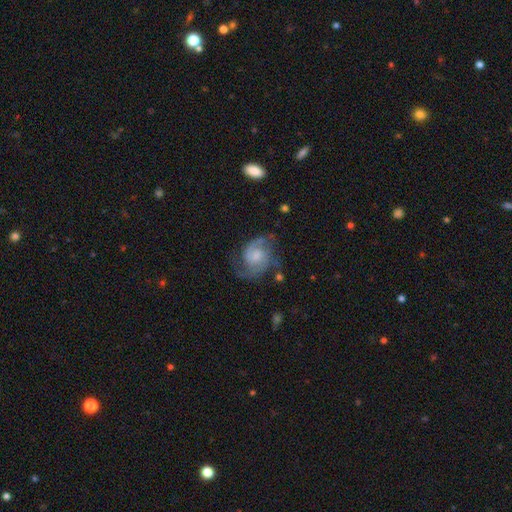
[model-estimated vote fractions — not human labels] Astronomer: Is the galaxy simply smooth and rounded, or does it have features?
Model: featured or disk — 82%.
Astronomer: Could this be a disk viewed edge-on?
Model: no — 98%.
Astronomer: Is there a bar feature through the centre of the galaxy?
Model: no — 59% (runner-up: weak, 36%).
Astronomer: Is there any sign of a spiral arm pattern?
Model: yes — 96%.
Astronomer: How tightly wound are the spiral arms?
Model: medium — 52% (runner-up: tight, 29%).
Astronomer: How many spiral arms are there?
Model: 2 — 81%.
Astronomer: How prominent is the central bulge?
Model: small — 43% (runner-up: moderate, 33%).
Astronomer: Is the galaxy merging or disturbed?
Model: none — 64%.